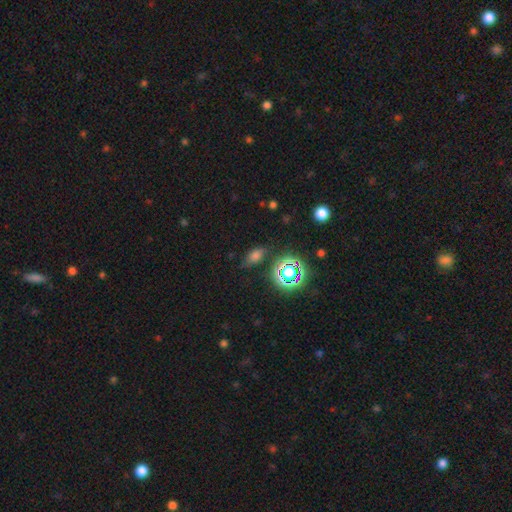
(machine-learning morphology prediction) Smooth or featured? smooth (63%)
How rounded? in between (80%)
Merging? none (76%)